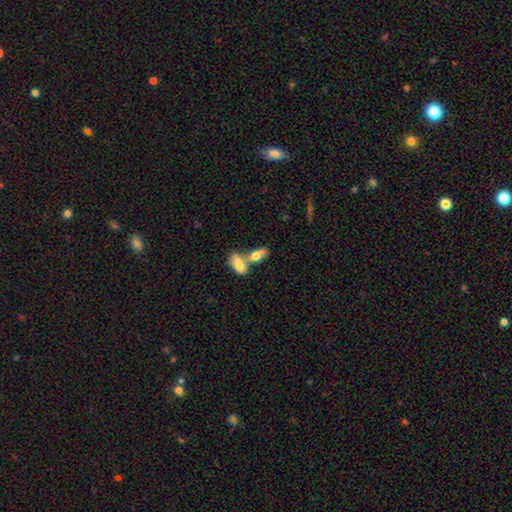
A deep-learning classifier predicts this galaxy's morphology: Smooth or featured?
  - smooth: 72% *
  - featured or disk: 21%
  - star or artifact: 7%
How rounded?
  - in between: 82% *
  - cigar-shaped: 13%
  - round: 6%
Merging?
  - merger: 56% *
  - none: 32%
  - minor disturbance: 8%
  - major disturbance: 4%